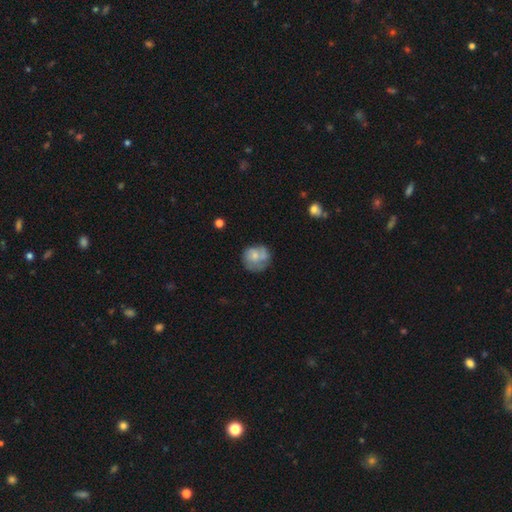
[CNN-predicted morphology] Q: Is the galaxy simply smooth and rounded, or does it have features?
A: smooth — 51%.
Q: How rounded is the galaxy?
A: round — 78%.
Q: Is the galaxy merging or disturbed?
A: none — 56%.